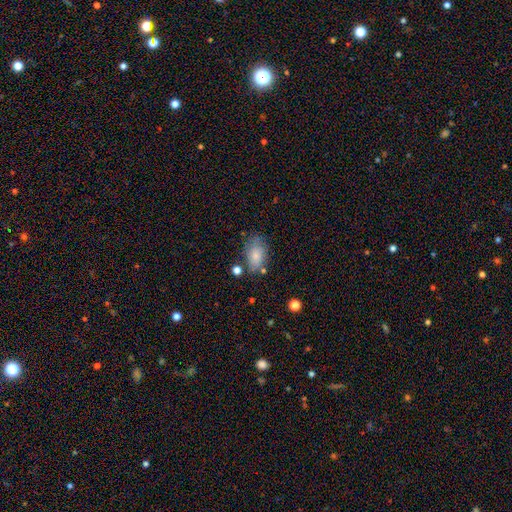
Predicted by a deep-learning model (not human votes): This is likely a smooth galaxy (79%). How rounded: clearly in between (89%). Merging: likely none (65%).